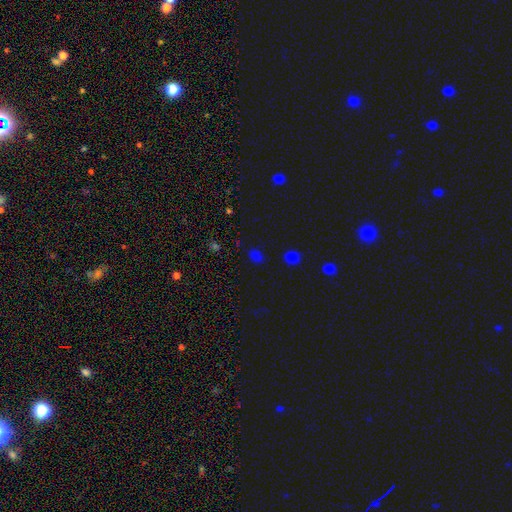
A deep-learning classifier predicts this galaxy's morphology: Smooth or featured: smooth — 65% (star or artifact — 31%)
How rounded: in between — 60% (round — 38%)
Merging: none — 80% (minor disturbance — 12%)